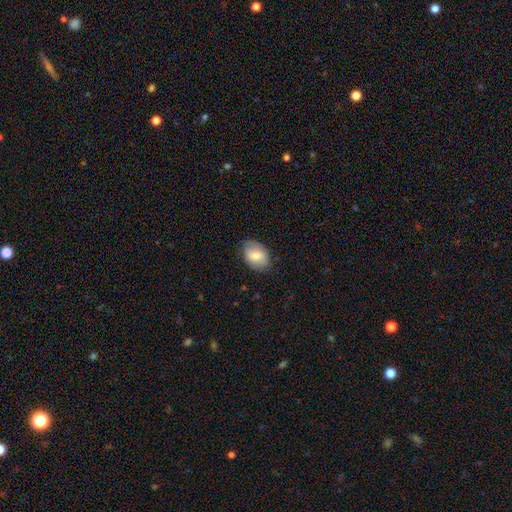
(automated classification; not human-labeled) Q: Smooth or featured?
A: smooth (73%); runner-up: featured or disk (21%)
Q: How rounded?
A: in between (82%); runner-up: round (17%)
Q: Merging?
A: none (78%); runner-up: minor disturbance (18%)